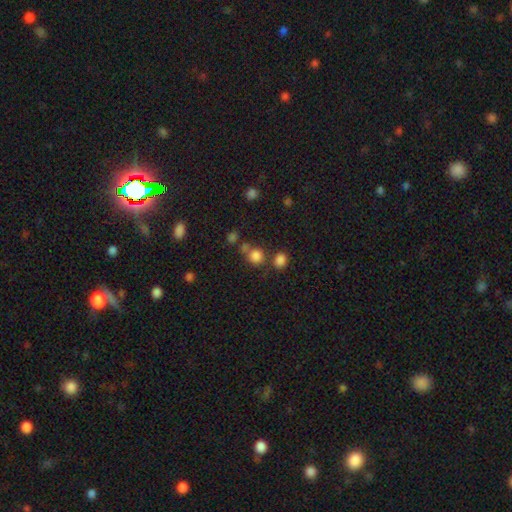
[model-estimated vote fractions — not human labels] This appears to be a smooth galaxy with no disk features (79%) that is round (82%). Merging: none (59%).